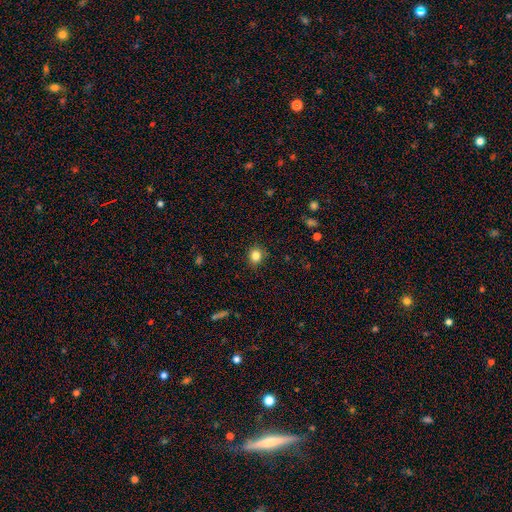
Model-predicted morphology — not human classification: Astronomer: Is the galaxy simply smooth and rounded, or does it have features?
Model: smooth — 84%.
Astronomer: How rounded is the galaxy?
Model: round — 78%.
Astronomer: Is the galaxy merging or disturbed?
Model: none — 88%.